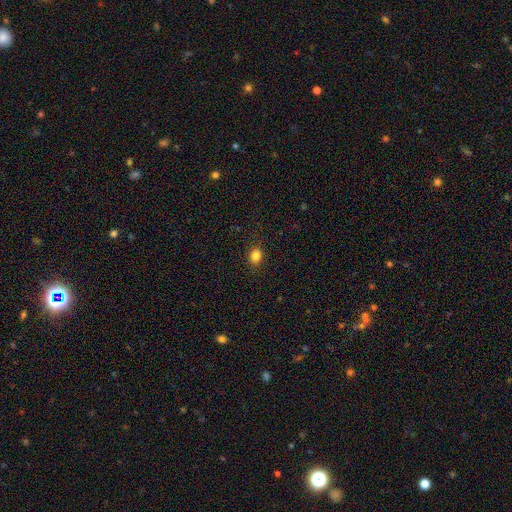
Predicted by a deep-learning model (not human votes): smooth 83%, star or artifact 12%, featured or disk 5%. Down the decision tree: how rounded — round (54%); merging — none (89%).